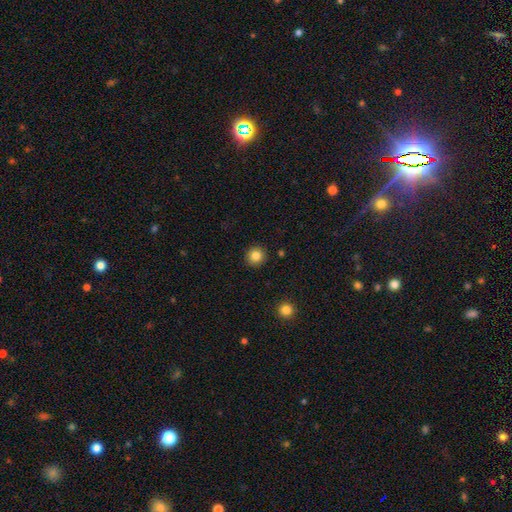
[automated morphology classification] Smooth or featured? Predicted: smooth (p=0.83). How rounded? Predicted: round (p=0.95). Merging? Predicted: none (p=0.92).